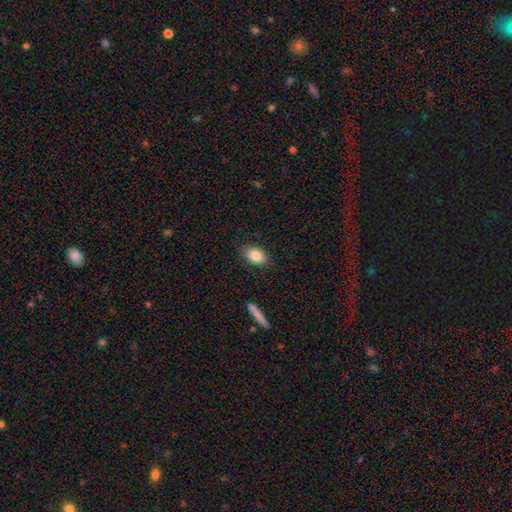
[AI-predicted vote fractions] Smooth or featured: smooth — 84% (featured or disk — 8%)
How rounded: in between — 86% (round — 12%)
Merging: none — 85% (minor disturbance — 11%)